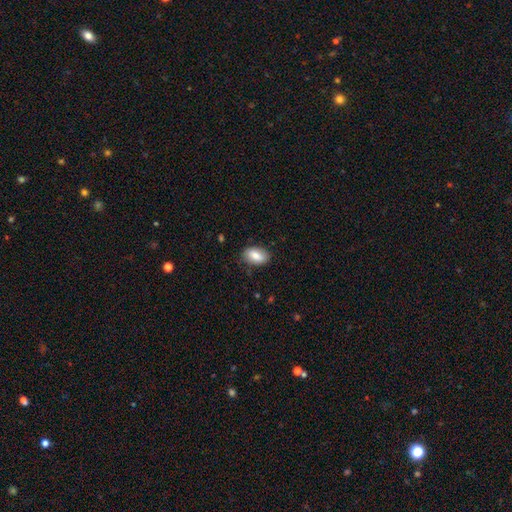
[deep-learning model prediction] A smooth galaxy with no disk features (81%) that is in between round and cigar-shaped (91%).

Vote fractions:
- Smooth or featured? smooth: 81% / featured or disk: 12% / star or artifact: 7%
- How rounded? in between: 91% / round: 7% / cigar-shaped: 2%
- Merging? none: 80% / minor disturbance: 16% / major disturbance: 3% / merger: 1%